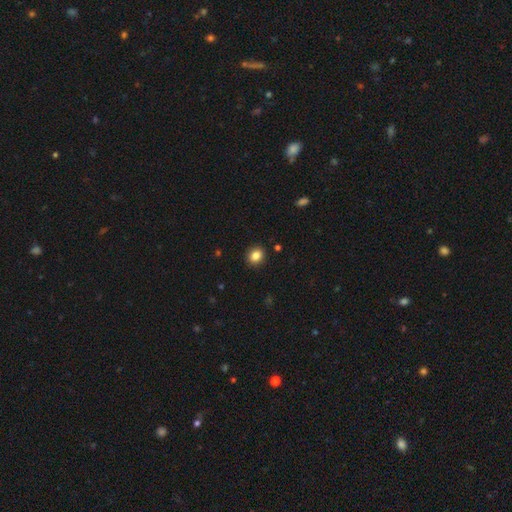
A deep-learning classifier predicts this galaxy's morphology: Overall: smooth (85%). How rounded: round (70%). Merging: none (91%).